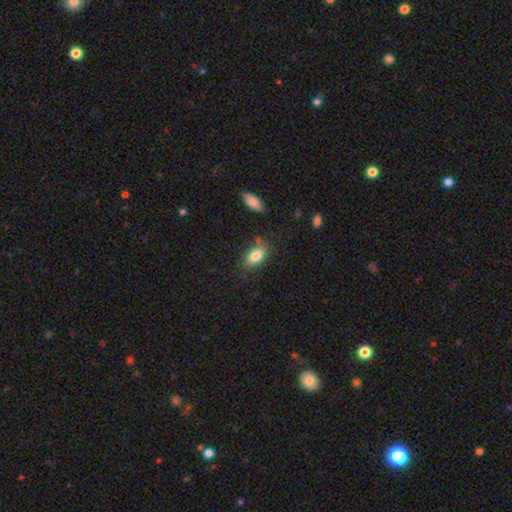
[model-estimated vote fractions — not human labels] Smooth or featured? Predicted: smooth (p=0.82). How rounded? Predicted: in between (p=0.89). Merging? Predicted: none (p=0.67).